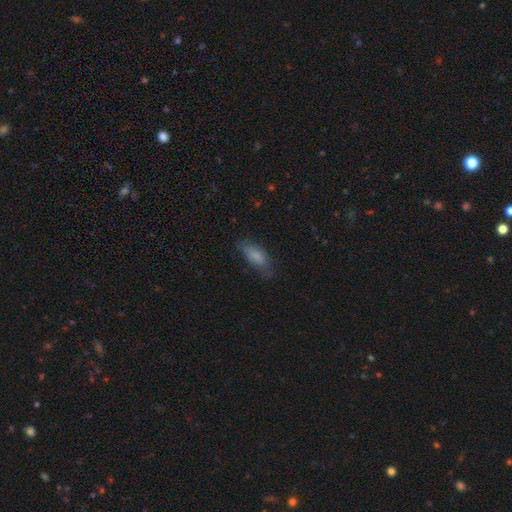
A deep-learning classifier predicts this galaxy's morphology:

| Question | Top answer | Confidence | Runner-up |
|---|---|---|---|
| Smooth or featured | smooth | 77% | featured or disk (14%) |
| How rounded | in between | 79% | cigar-shaped (18%) |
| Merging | none | 63% | minor disturbance (25%) |